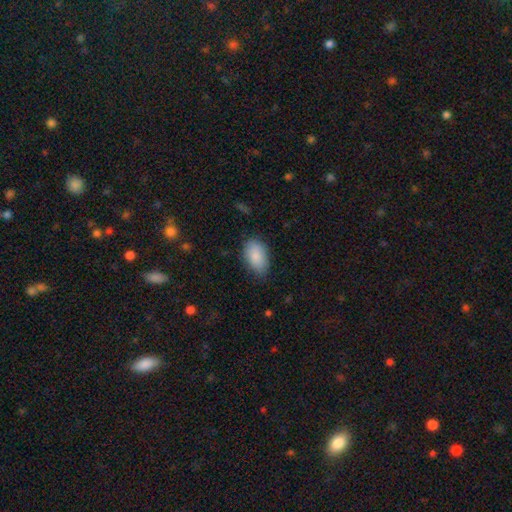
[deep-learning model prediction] This is clearly a smooth galaxy (86%). How rounded: clearly in between (92%). Merging: likely none (78%).